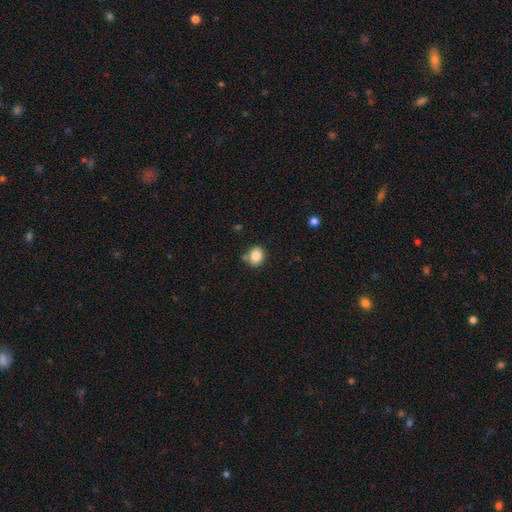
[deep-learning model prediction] Morphology: type=smooth (84%); roundness=round (74%); merging=none (72%).